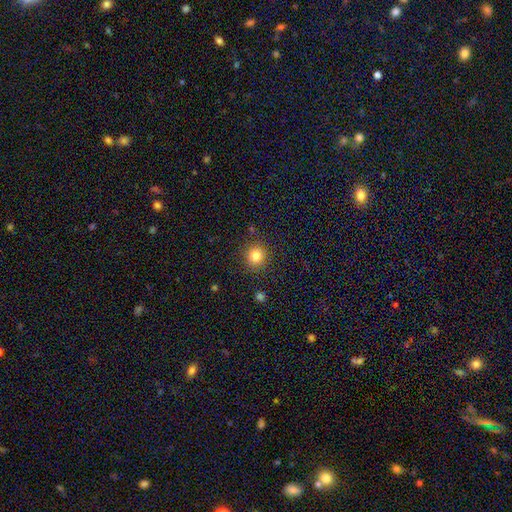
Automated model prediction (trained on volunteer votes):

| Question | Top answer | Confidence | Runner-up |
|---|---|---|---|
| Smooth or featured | smooth | 81% | star or artifact (13%) |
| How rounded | round | 93% | in between (7%) |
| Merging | none | 88% | minor disturbance (7%) |